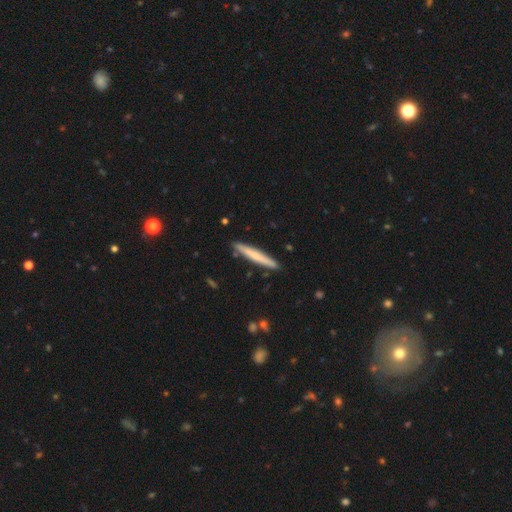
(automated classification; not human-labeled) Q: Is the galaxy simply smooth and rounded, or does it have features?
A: smooth — 62%.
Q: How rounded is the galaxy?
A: cigar-shaped — 96%.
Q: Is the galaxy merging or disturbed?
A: none — 89%.